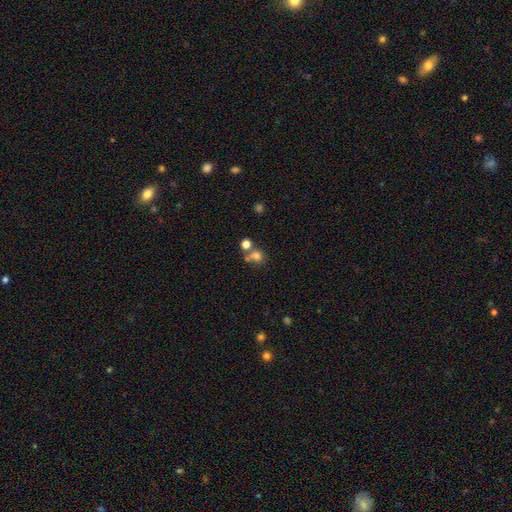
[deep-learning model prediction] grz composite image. It shows a smooth galaxy with no disk features (75%) that is round (79%). Merging: none (45%).